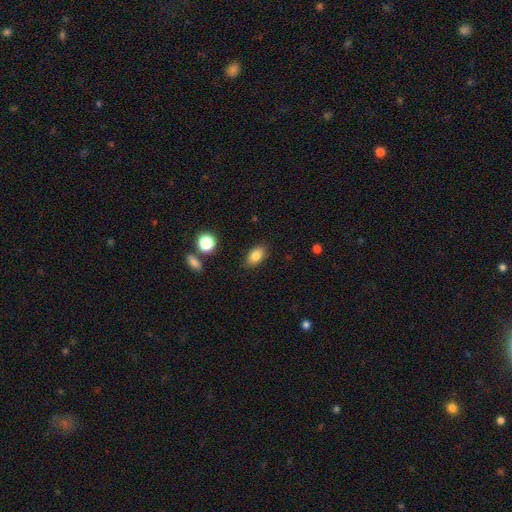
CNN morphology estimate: smooth_or_featured: smooth (p=0.82) [alt: star or artifact p=0.09]
how_rounded: in between (p=0.88) [alt: round p=0.10]
merging: none (p=0.85) [alt: minor disturbance p=0.11]